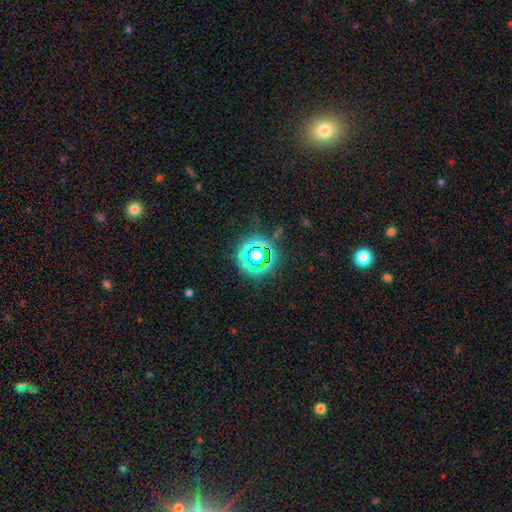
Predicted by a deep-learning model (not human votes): Overall: star or artifact (60%; smooth 28%).